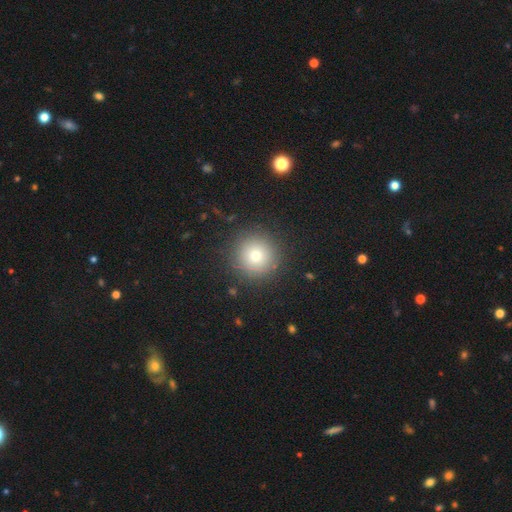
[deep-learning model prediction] Smooth or featured?
  - smooth: 74% *
  - star or artifact: 15%
  - featured or disk: 11%
How rounded?
  - round: 96% *
  - in between: 3%
  - cigar-shaped: 1%
Merging?
  - none: 89% *
  - minor disturbance: 7%
  - major disturbance: 3%
  - merger: 1%